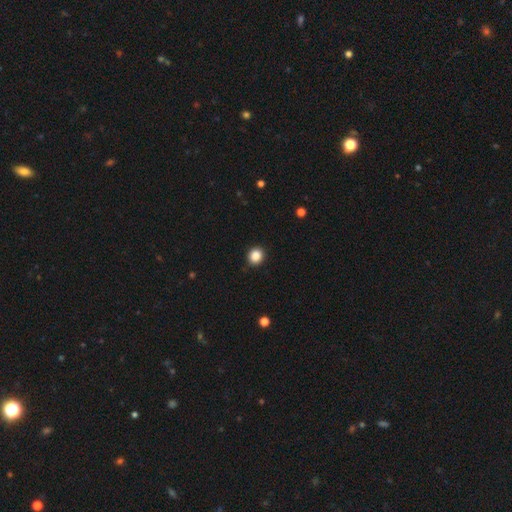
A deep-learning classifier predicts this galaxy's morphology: The model was most divided on "how rounded": round: 81%, in between: 18%, cigar-shaped: 1%. More confident: merging — none (90%); smooth or featured — smooth (87%).